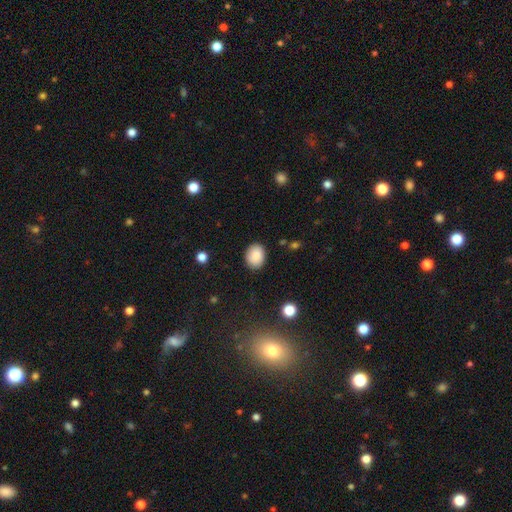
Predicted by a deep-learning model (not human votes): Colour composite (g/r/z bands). It shows a smooth galaxy with no disk features (88%) that is in between round and cigar-shaped (59%). Merging: none (87%).